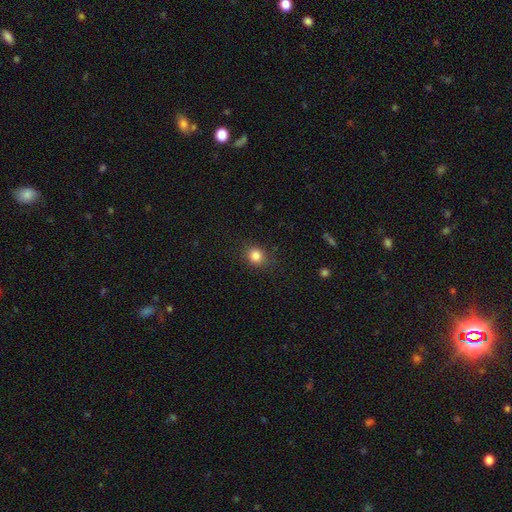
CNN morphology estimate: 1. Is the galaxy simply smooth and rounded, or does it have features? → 84% smooth, 11% star or artifact, 5% featured or disk.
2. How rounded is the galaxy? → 77% round, 22% in between, 1% cigar-shaped.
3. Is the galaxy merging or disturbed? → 85% none, 11% minor disturbance, 3% major disturbance, 1% merger.